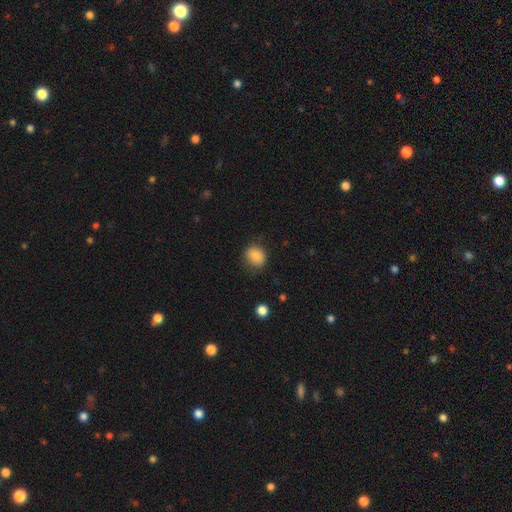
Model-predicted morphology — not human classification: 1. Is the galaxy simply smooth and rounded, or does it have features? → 82% smooth, 9% star or artifact, 8% featured or disk.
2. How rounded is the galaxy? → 76% round, 23% in between, 1% cigar-shaped.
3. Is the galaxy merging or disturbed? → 76% none, 18% minor disturbance, 5% major disturbance, 1% merger.